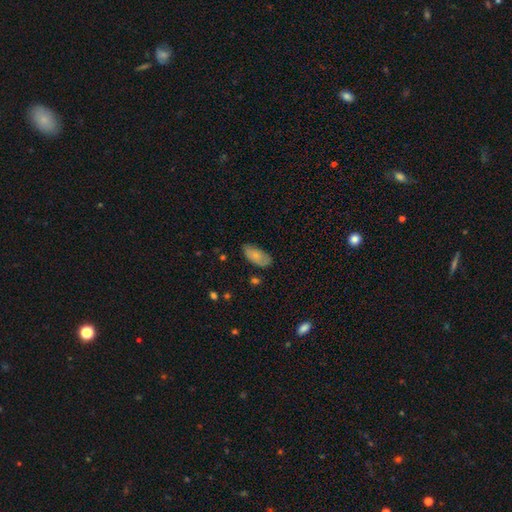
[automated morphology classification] Smooth or featured? Predicted: smooth (p=0.78). How rounded? Predicted: in between (p=0.92). Merging? Predicted: none (p=0.69).